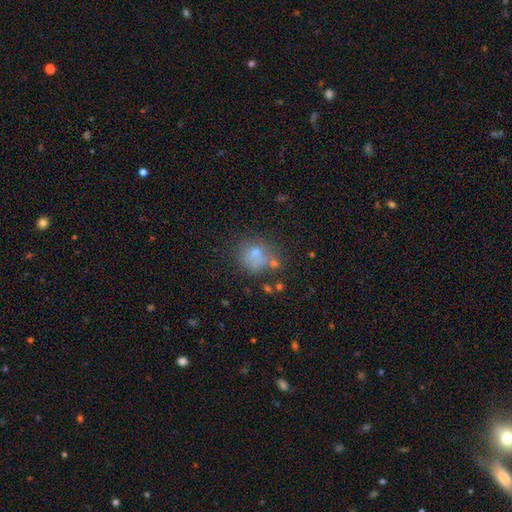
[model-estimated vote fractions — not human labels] smooth-or-featured: smooth: 70% | featured or disk: 16% | star or artifact: 14%
  how-rounded: round: 68% | in between: 31% | cigar-shaped: 1%
  merging: none: 48% | minor disturbance: 21% | merger: 17% | major disturbance: 14%